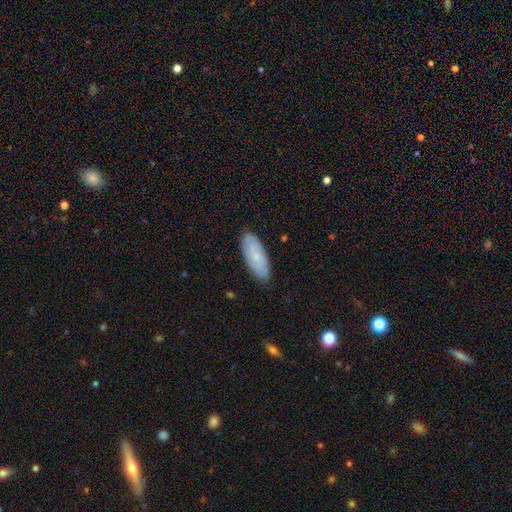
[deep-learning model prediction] The model was most divided on "smooth or featured": smooth: 66%, featured or disk: 27%, star or artifact: 7%. More confident: merging — none (84%); how rounded — in between (75%).